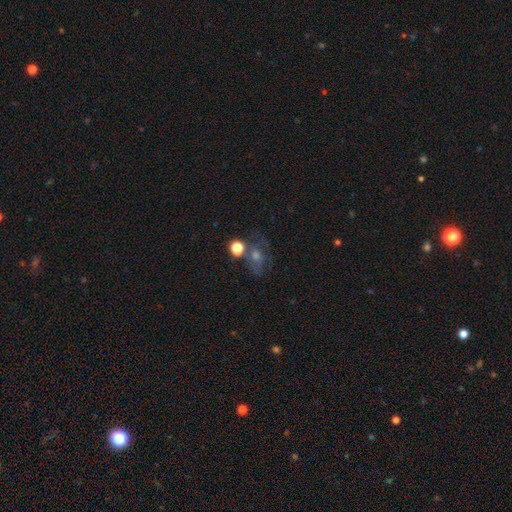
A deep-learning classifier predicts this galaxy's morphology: smooth-or-featured: featured or disk: 38% | smooth: 33% | star or artifact: 30%
  merging: none: 53% | minor disturbance: 18% | major disturbance: 16% | merger: 14%